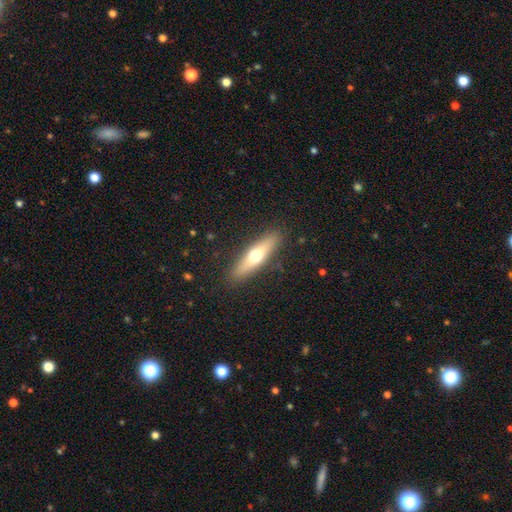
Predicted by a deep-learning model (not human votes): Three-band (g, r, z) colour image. It shows a smooth galaxy with no disk features (54%) that is cigar-shaped (73%). Merging: none (89%).